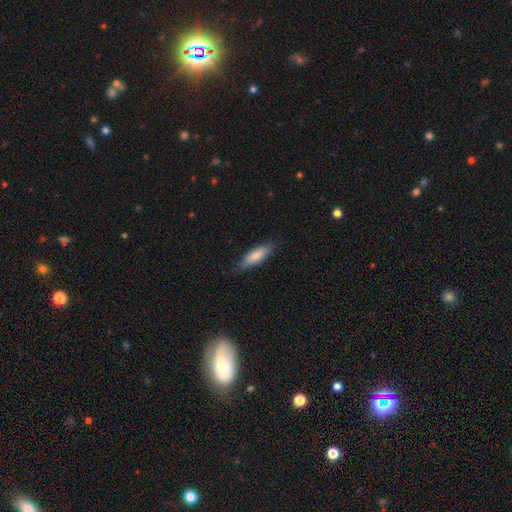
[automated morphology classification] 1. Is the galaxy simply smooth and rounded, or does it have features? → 84% smooth, 10% featured or disk, 5% star or artifact.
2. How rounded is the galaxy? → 50% cigar-shaped, 48% in between, 2% round.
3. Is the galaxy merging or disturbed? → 83% none, 14% minor disturbance, 2% major disturbance, 1% merger.